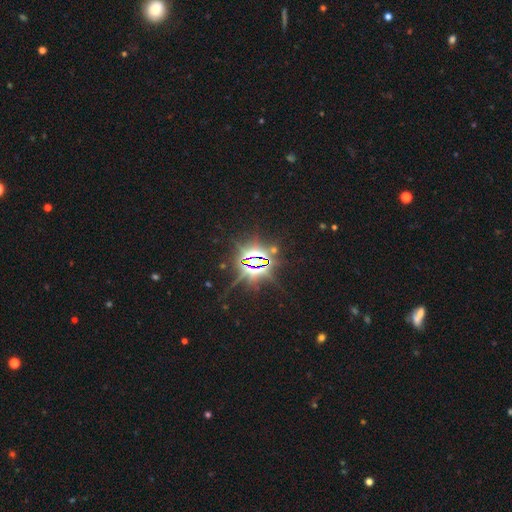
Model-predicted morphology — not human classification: A star or artifact, not a galaxy (87%).

Vote fractions:
- Smooth or featured? star or artifact: 87% / smooth: 7% / featured or disk: 6%